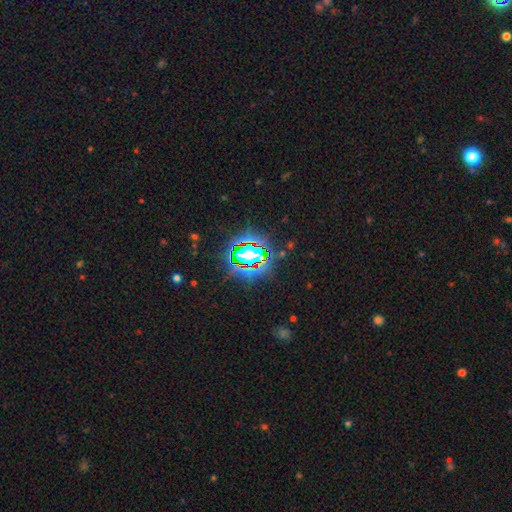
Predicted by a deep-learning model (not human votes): Smooth or featured? star or artifact (84%)